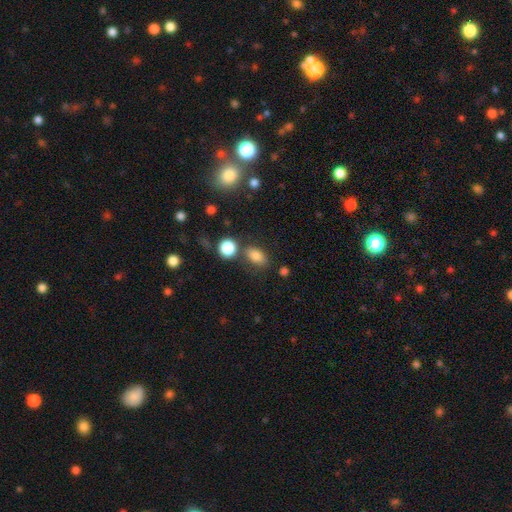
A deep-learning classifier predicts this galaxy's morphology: type=smooth (81%); roundness=in between (79%); merging=none (71%).